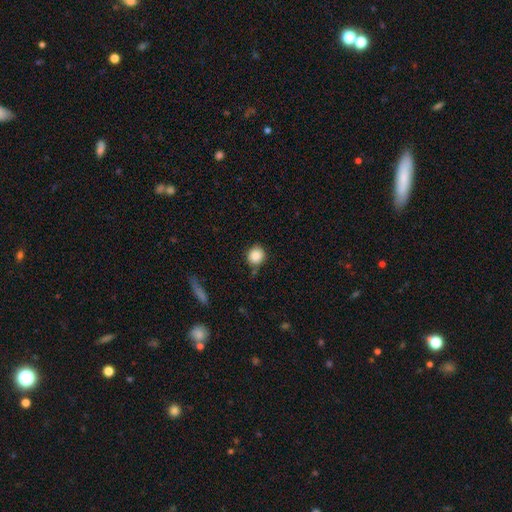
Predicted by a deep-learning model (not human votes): smooth-or-featured: smooth: 87% | star or artifact: 9% | featured or disk: 4%
  how-rounded: round: 89% | in between: 10% | cigar-shaped: 1%
  merging: none: 77% | minor disturbance: 15% | merger: 4% | major disturbance: 4%